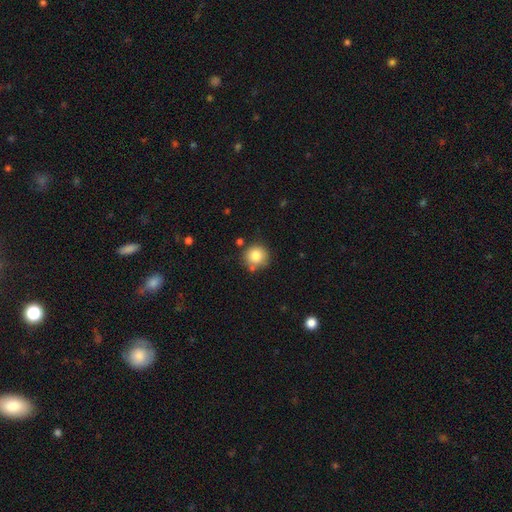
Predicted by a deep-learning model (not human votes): Morphology: type=smooth (82%); roundness=round (92%); merging=none (77%).